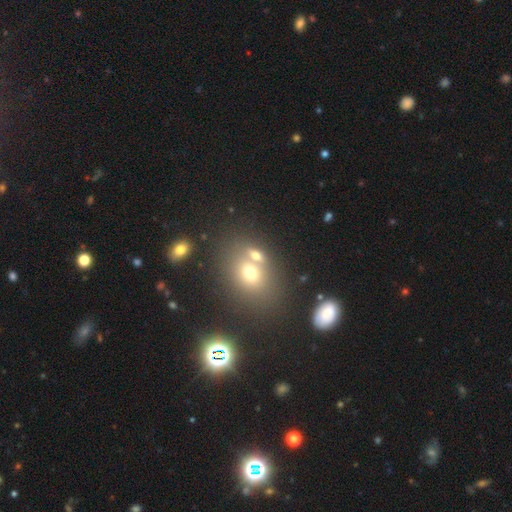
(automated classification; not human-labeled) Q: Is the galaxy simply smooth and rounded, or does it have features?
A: smooth — 64%.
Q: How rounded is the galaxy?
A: in between — 54%.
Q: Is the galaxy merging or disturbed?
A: none — 43%, tied with merger.